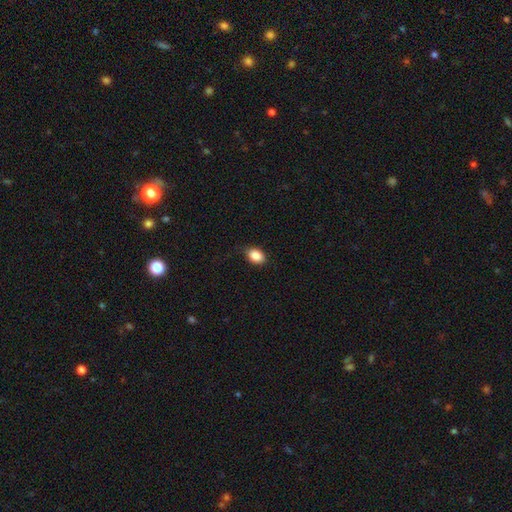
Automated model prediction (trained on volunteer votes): This is clearly a smooth galaxy (88%). How rounded: likely in between (79%). Merging: clearly none (81%).